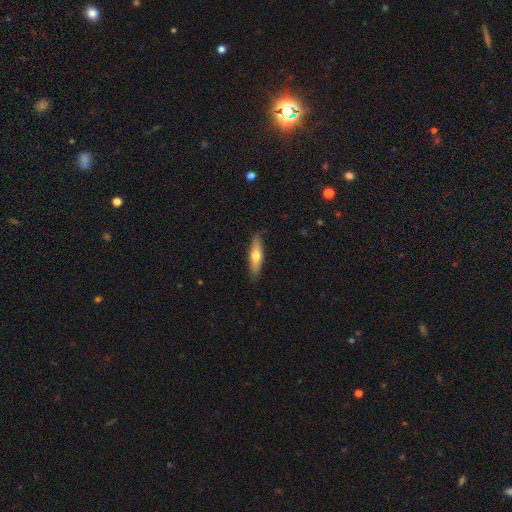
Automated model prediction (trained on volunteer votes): Overall: smooth (59%; featured or disk 36%). How rounded: cigar-shaped (68%; in between 30%). Merging: none (87%).